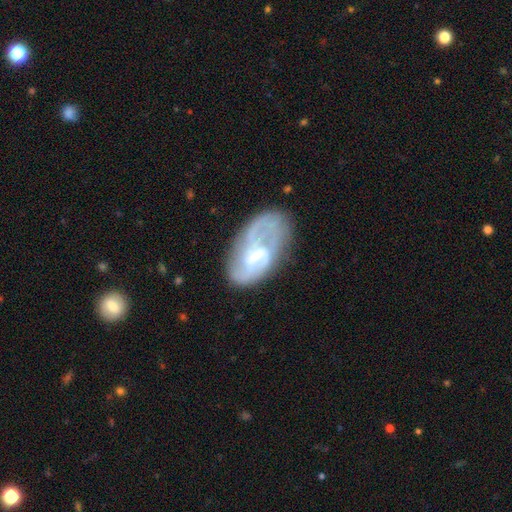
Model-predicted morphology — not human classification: smooth_or_featured: featured or disk (p=0.71) [alt: smooth p=0.22]
disk_edge_on: no (p=0.96) [alt: yes p=0.04]
bar: weak (p=0.53) [alt: no p=0.32]
has_spiral_arms: yes (p=0.79) [alt: no p=0.21]
spiral_winding: medium (p=0.41) [alt: loose p=0.32]
spiral_arm_count: 2 (p=0.42) [alt: can't tell p=0.32]
bulge_size: small (p=0.53) [alt: moderate p=0.28]
merging: none (p=0.48) [alt: minor disturbance p=0.26]